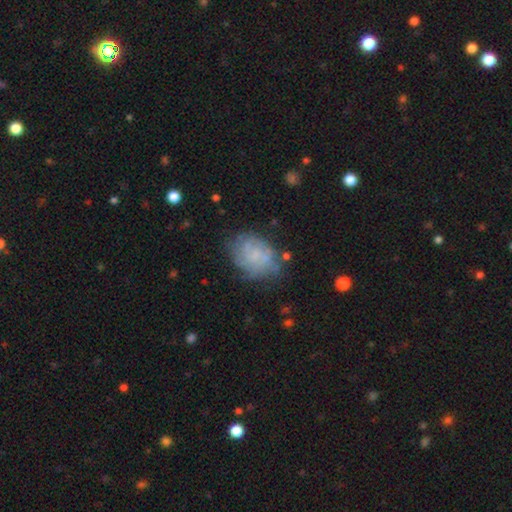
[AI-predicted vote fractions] Smooth or featured: featured or disk — 47% (smooth — 42%)
Merging: none — 63% (minor disturbance — 23%)